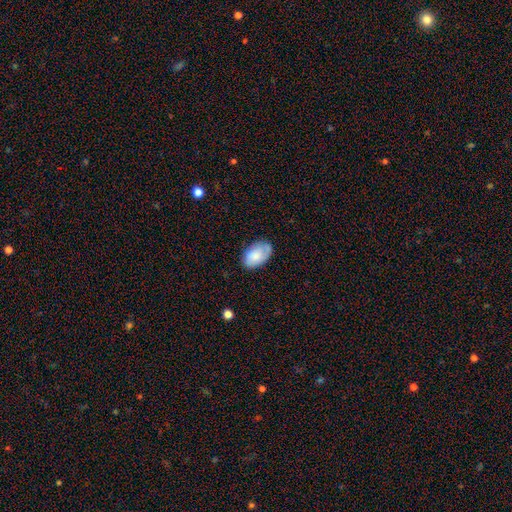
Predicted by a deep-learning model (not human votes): smooth 70%, featured or disk 23%, star or artifact 7%. Down the decision tree: how rounded — in between (91%); merging — none (71%).